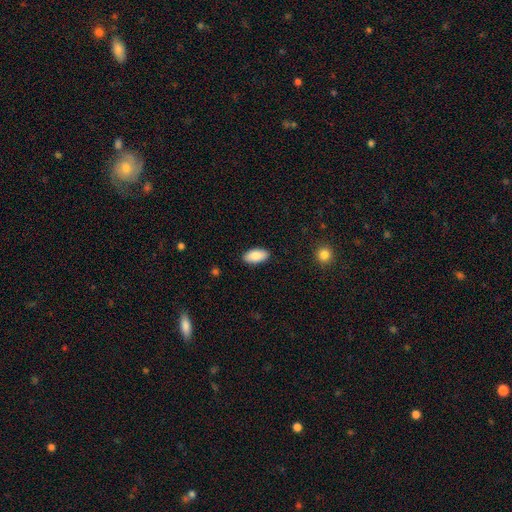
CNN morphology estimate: The model was most divided on "smooth or featured": smooth: 87%, featured or disk: 7%, star or artifact: 6%. More confident: how rounded — in between (94%); merging — none (89%).